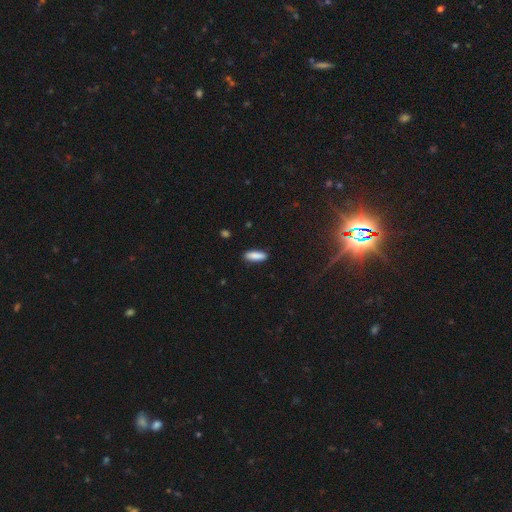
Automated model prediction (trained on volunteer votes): smooth_or_featured: smooth (p=0.87) [alt: featured or disk p=0.07]
how_rounded: cigar-shaped (p=0.50) [alt: in between p=0.48]
merging: none (p=0.87) [alt: minor disturbance p=0.10]